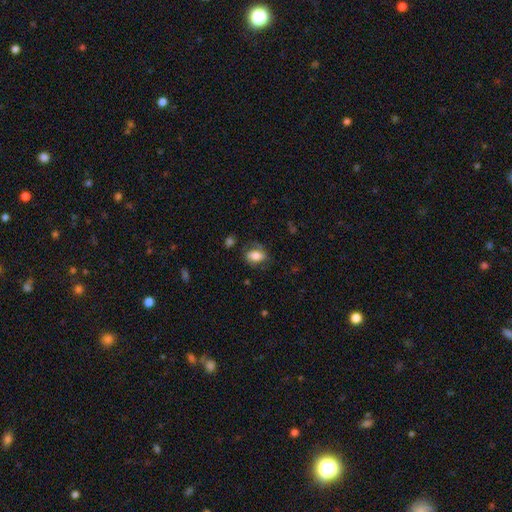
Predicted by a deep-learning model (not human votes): smooth 65%, featured or disk 27%, star or artifact 8%. Down the decision tree: how rounded — in between (81%); merging — none (58%).